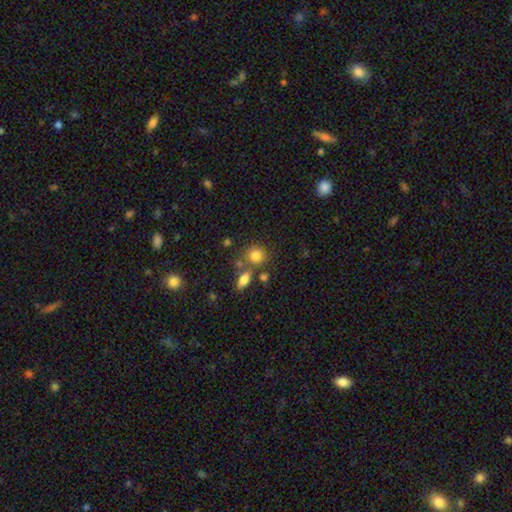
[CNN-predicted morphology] The model was most divided on "merging": none: 63%, merger: 21%, minor disturbance: 12%, major disturbance: 5%. More confident: smooth or featured — smooth (80%); how rounded — round (73%).